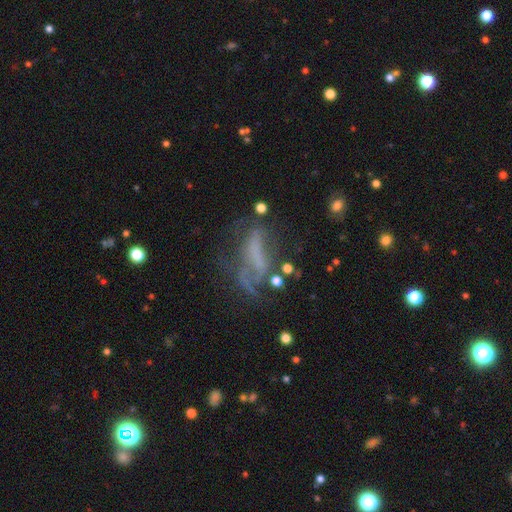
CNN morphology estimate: Overall: featured or disk (49%; smooth 30%). Merging: major disturbance (36%; none 35%).